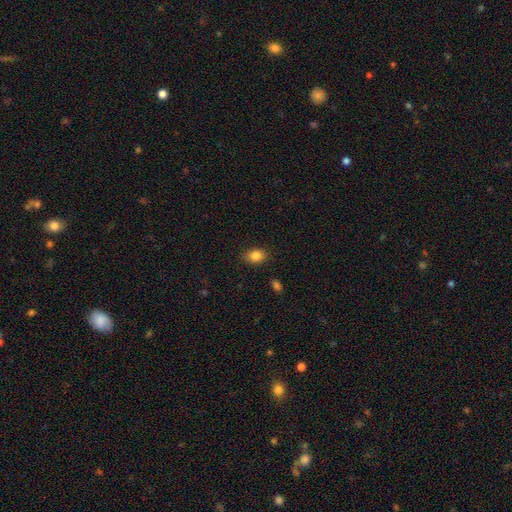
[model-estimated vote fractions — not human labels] smooth 84%, star or artifact 9%, featured or disk 7%. Down the decision tree: how rounded — in between (72%); merging — none (86%).